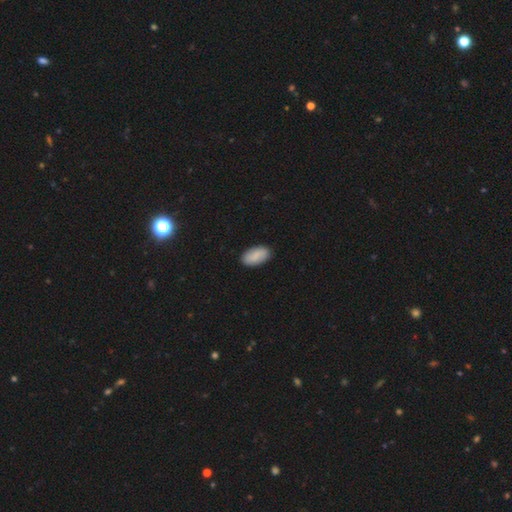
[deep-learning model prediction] A smooth galaxy with no disk features (88%) that is in between round and cigar-shaped (94%).

Vote fractions:
- Smooth or featured? smooth: 88% / featured or disk: 6% / star or artifact: 6%
- How rounded? in between: 94% / cigar-shaped: 3% / round: 3%
- Merging? none: 89% / minor disturbance: 8% / major disturbance: 2% / merger: 1%